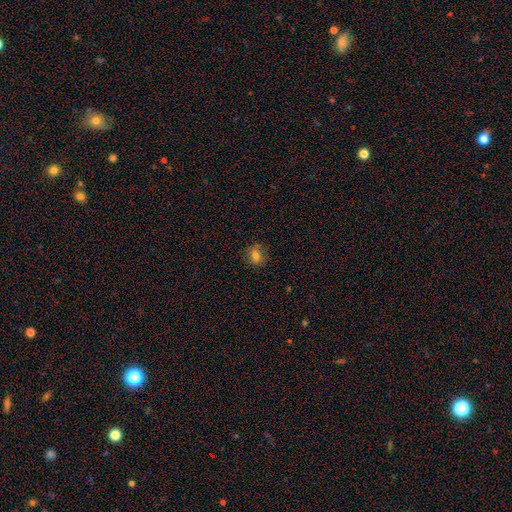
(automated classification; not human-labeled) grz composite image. It shows a smooth galaxy with no disk features (75%) that is round (68%). Merging: none (83%).